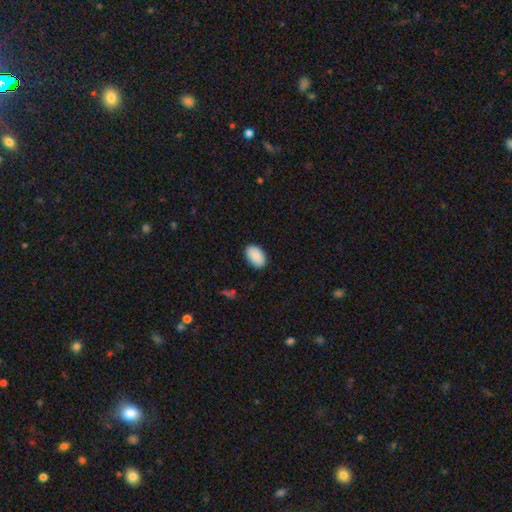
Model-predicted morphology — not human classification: Smooth or featured: smooth — 90% (star or artifact — 6%)
How rounded: in between — 93% (round — 6%)
Merging: none — 88% (minor disturbance — 9%)